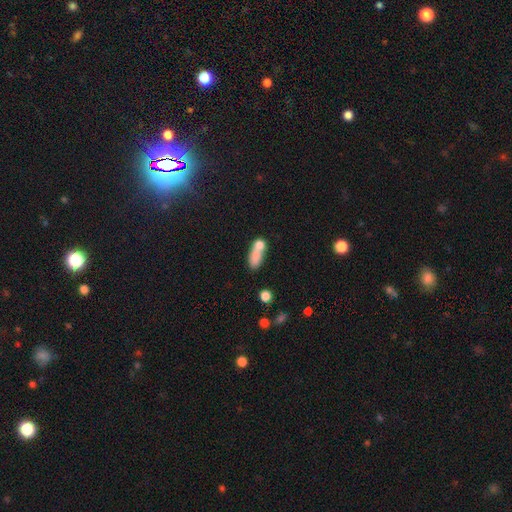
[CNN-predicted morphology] A smooth galaxy with no disk features (74%) that is in between round and cigar-shaped (66%).

Vote fractions:
- Smooth or featured? smooth: 74% / featured or disk: 16% / star or artifact: 10%
- How rounded? in between: 66% / cigar-shaped: 24% / round: 10%
- Merging? merger: 44% / none: 31% / minor disturbance: 15% / major disturbance: 10%